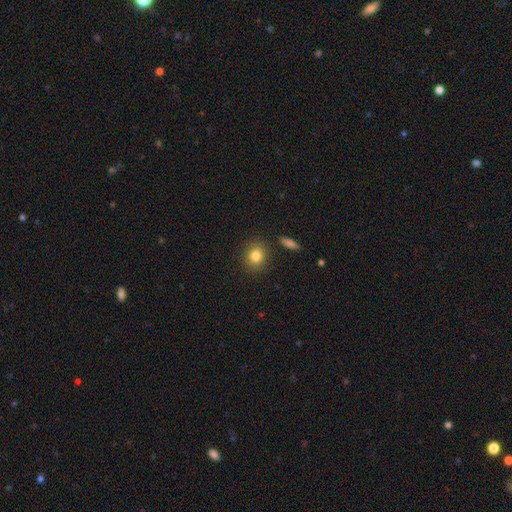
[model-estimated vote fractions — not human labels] Smooth or featured: smooth — 82% (star or artifact — 10%)
How rounded: round — 74% (in between — 25%)
Merging: none — 87% (minor disturbance — 8%)